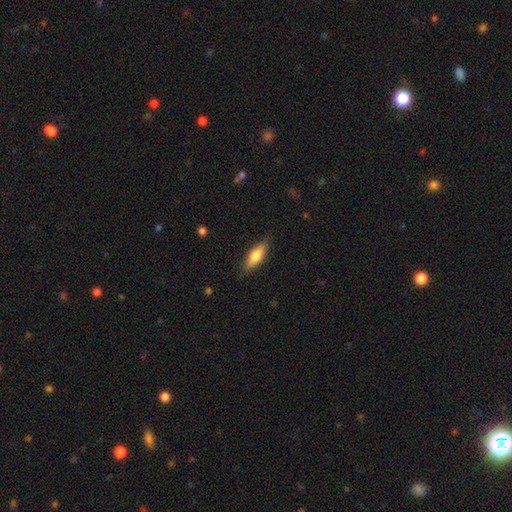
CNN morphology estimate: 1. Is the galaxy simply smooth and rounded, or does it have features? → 66% smooth, 28% featured or disk, 6% star or artifact.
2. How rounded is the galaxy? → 54% in between, 44% cigar-shaped, 3% round.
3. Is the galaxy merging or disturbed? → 85% none, 12% minor disturbance, 3% major disturbance, 1% merger.